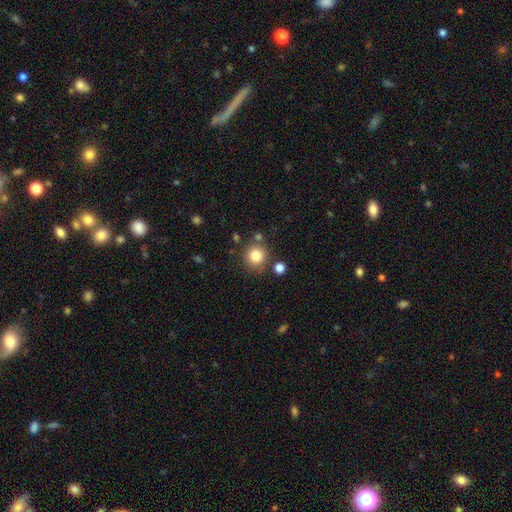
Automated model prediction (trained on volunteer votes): Smooth or featured?
  - smooth: 82% *
  - star or artifact: 11%
  - featured or disk: 7%
How rounded?
  - round: 92% *
  - in between: 7%
  - cigar-shaped: 1%
Merging?
  - none: 78% *
  - minor disturbance: 10%
  - merger: 8%
  - major disturbance: 4%